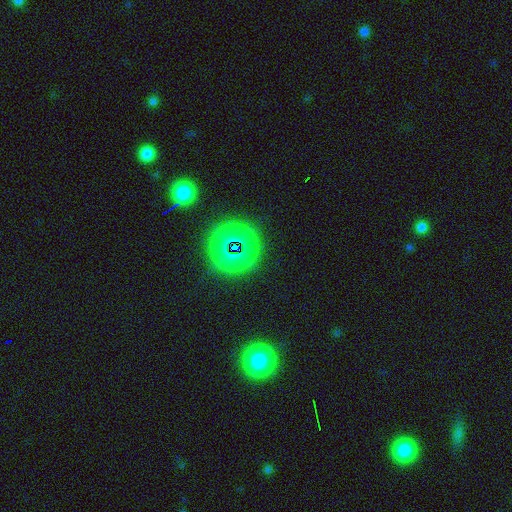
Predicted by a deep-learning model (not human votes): Smooth or featured? Predicted: star or artifact (p=0.79).